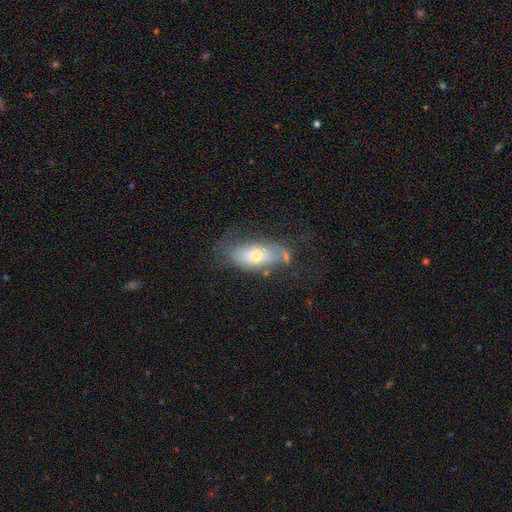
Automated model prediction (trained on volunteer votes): A smooth galaxy with no disk features (59%) that is in between round and cigar-shaped (84%).

Vote fractions:
- Smooth or featured? smooth: 59% / featured or disk: 33% / star or artifact: 8%
- How rounded? in between: 84% / cigar-shaped: 12% / round: 3%
- Merging? none: 50% / minor disturbance: 28% / major disturbance: 15% / merger: 7%